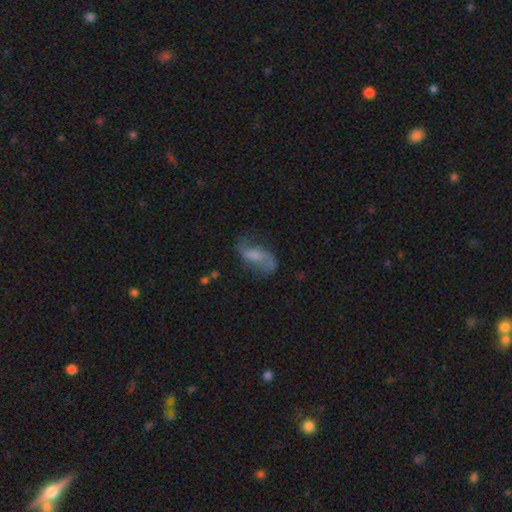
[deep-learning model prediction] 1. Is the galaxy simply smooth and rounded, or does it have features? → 64% featured or disk, 27% smooth, 9% star or artifact.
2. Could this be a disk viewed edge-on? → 94% no, 6% yes.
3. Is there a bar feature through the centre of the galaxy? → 44% weak, 40% no, 16% strong.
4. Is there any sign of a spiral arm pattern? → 87% yes, 13% no.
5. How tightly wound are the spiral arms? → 74% loose, 21% medium, 6% tight.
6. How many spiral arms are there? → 87% 2, 5% can't tell, 5% 1, 1% 3, 1% 4, 1% more than 4.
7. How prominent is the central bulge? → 33% none, 30% small, 27% moderate, 9% large, 2% dominant.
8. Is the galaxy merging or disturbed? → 59% none, 22% minor disturbance, 16% major disturbance, 3% merger.